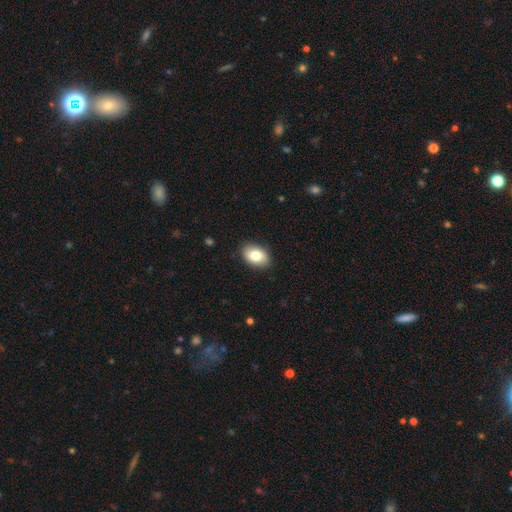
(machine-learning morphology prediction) Smooth or featured? smooth (81%)
How rounded? in between (86%)
Merging? none (89%)